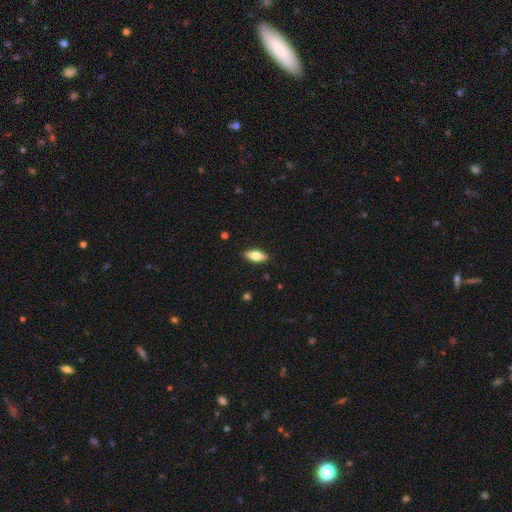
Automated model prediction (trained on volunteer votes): Smooth or featured? smooth (65%)
How rounded? in between (76%)
Merging? none (89%)